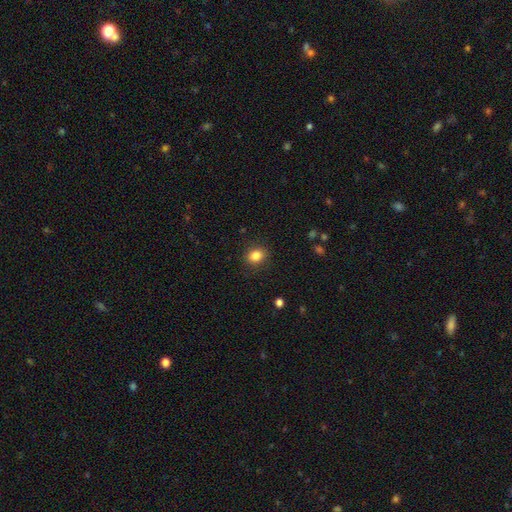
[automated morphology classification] A smooth galaxy with no disk features (85%) that is round (54%). Merging: none (87%).